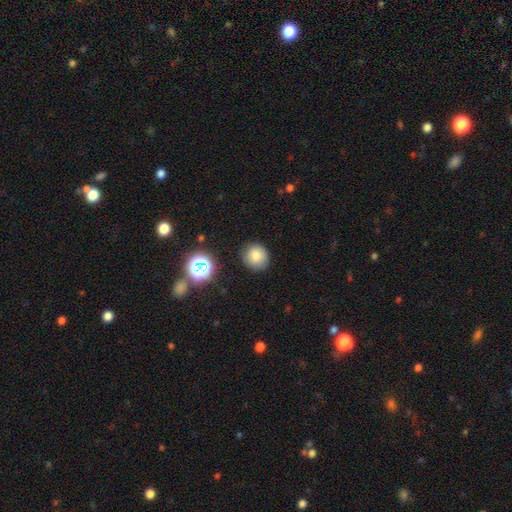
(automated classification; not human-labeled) Morphology: type=smooth (79%); roundness=round (85%); merging=none (85%).